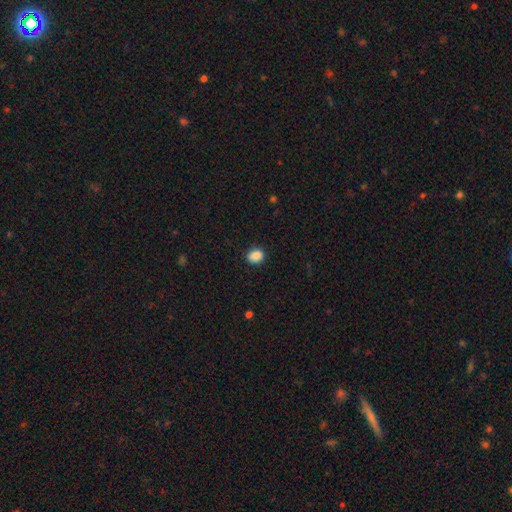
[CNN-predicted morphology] smooth-or-featured: smooth: 88% | star or artifact: 9% | featured or disk: 3%
  how-rounded: round: 52% | in between: 47% | cigar-shaped: 1%
  merging: none: 87% | minor disturbance: 9% | major disturbance: 2% | merger: 1%